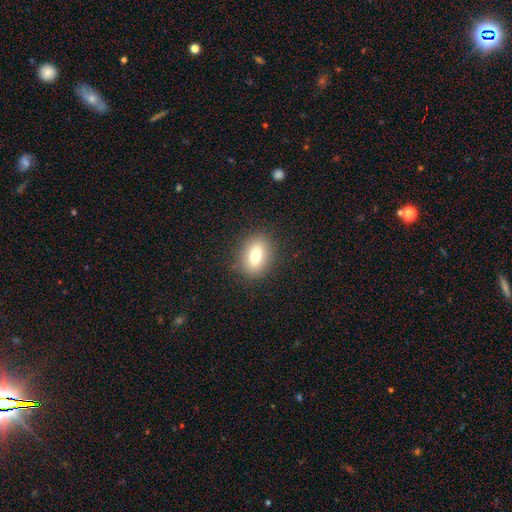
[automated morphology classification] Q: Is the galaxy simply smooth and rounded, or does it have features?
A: smooth — 74%.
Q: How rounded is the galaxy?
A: in between — 66%.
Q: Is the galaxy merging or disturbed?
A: none — 86%.